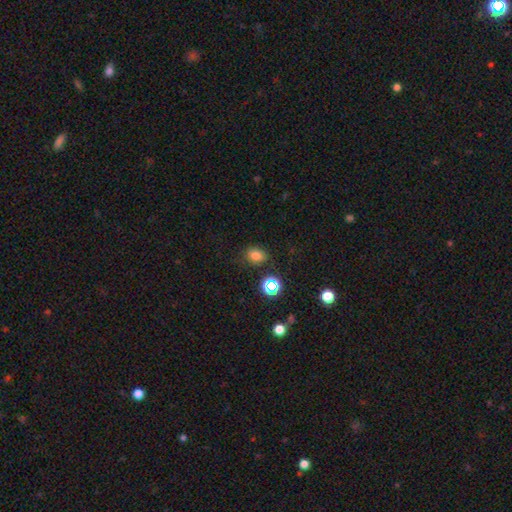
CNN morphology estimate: Smooth or featured: smooth — 75% (star or artifact — 18%)
How rounded: in between — 58% (round — 41%)
Merging: none — 78% (minor disturbance — 14%)